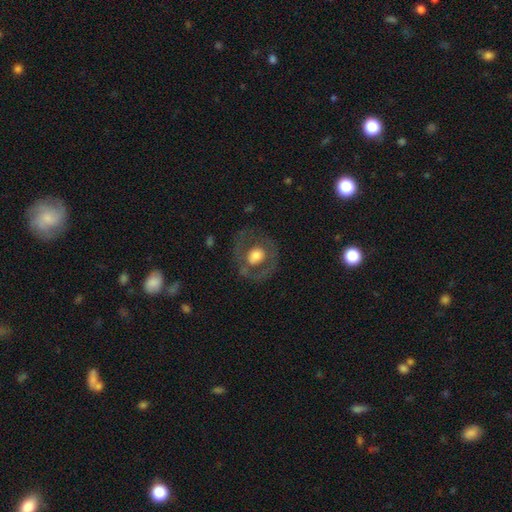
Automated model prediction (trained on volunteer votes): A smooth galaxy with no disk features (47%).

Vote fractions:
- Smooth or featured? smooth: 47% / featured or disk: 46% / star or artifact: 7%
- Merging? none: 72% / minor disturbance: 15% / major disturbance: 11% / merger: 2%